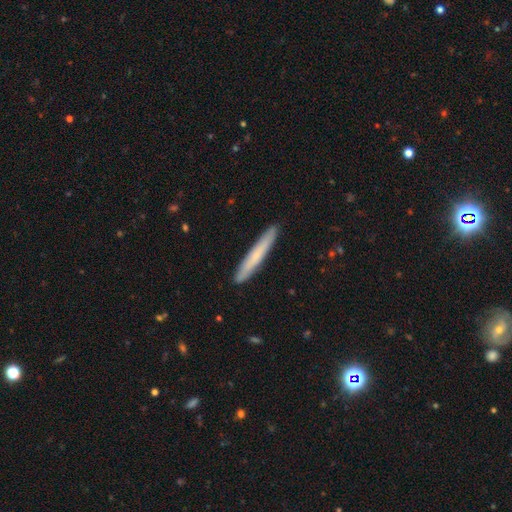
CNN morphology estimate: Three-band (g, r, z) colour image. It shows a smooth galaxy with no disk features (65%) that is cigar-shaped (96%). Merging: none (91%).